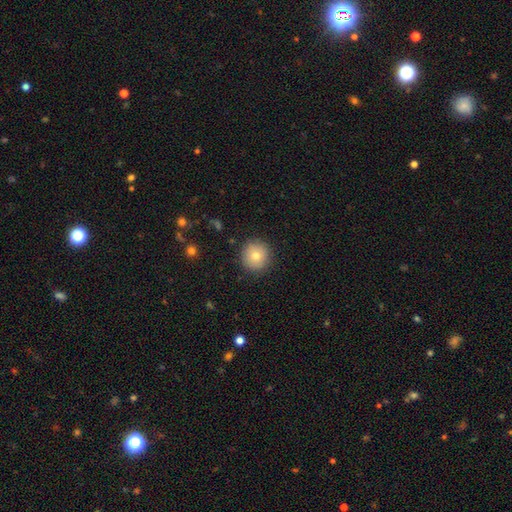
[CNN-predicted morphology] smooth-or-featured: smooth: 77% | featured or disk: 12% | star or artifact: 10%
  how-rounded: round: 94% | in between: 5% | cigar-shaped: 1%
  merging: none: 90% | minor disturbance: 7% | major disturbance: 2% | merger: 1%